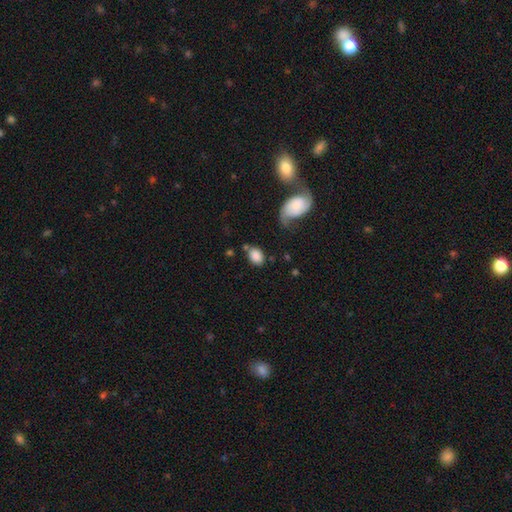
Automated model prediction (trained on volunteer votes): The model was most divided on "merging": none: 64%, minor disturbance: 20%, merger: 8%, major disturbance: 8%. More confident: smooth or featured — smooth (83%); how rounded — in between (75%).